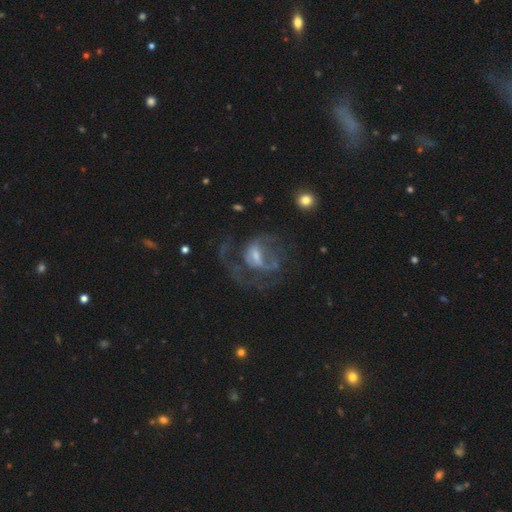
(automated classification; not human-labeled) Smooth or featured? Predicted: featured or disk (p=0.72). Edge-on disk? Predicted: no (p=0.96). Bar? Predicted: weak (p=0.45). Spiral arms? Predicted: yes (p=0.66). Bulge size? Predicted: small (p=0.47). Merging? Predicted: major disturbance (p=0.50).